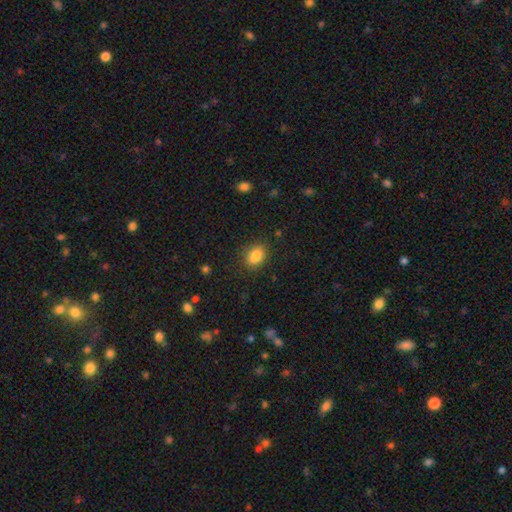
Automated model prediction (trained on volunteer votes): Smooth or featured: smooth — 84% (star or artifact — 9%)
How rounded: in between — 79% (round — 18%)
Merging: none — 80% (minor disturbance — 14%)